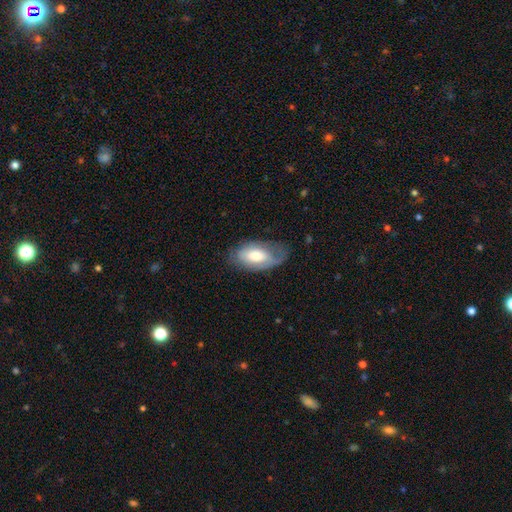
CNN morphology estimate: Smooth or featured? smooth (60%)
How rounded? in between (93%)
Merging? none (56%)